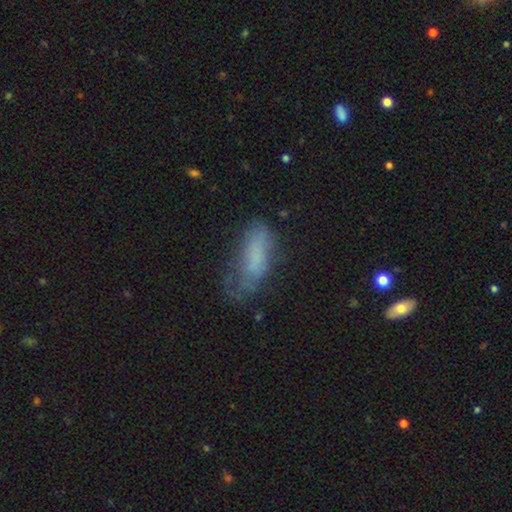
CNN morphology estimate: Smooth or featured?
  - smooth: 66% *
  - featured or disk: 23%
  - star or artifact: 11%
How rounded?
  - in between: 68% *
  - cigar-shaped: 30%
  - round: 2%
Merging?
  - none: 40% *
  - minor disturbance: 31%
  - major disturbance: 25%
  - merger: 3%